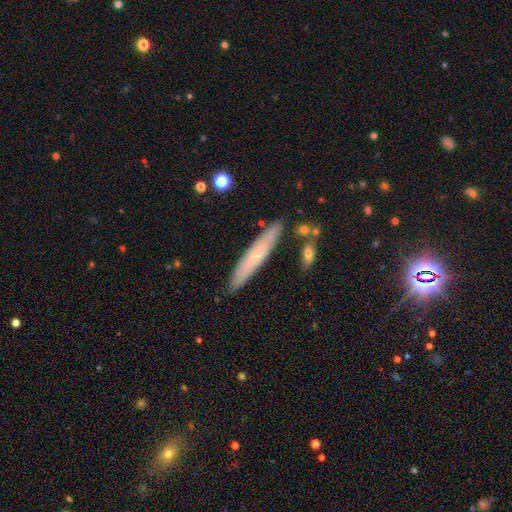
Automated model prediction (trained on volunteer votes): Smooth or featured: smooth — 51% (featured or disk — 42%)
How rounded: cigar-shaped — 91% (in between — 7%)
Merging: none — 85% (minor disturbance — 10%)